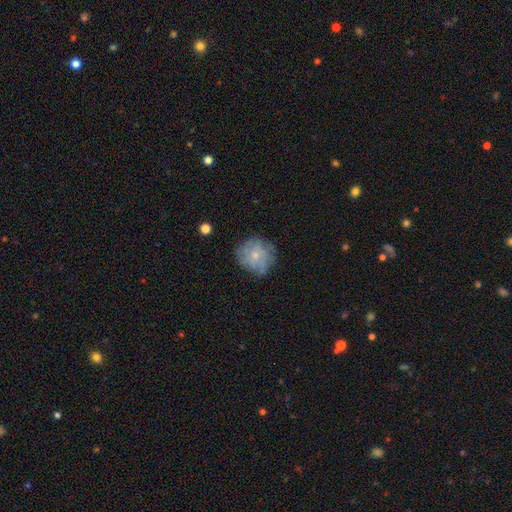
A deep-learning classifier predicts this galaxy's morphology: Overall: smooth (53%; featured or disk 36%). How rounded: round (86%). Merging: none (73%).